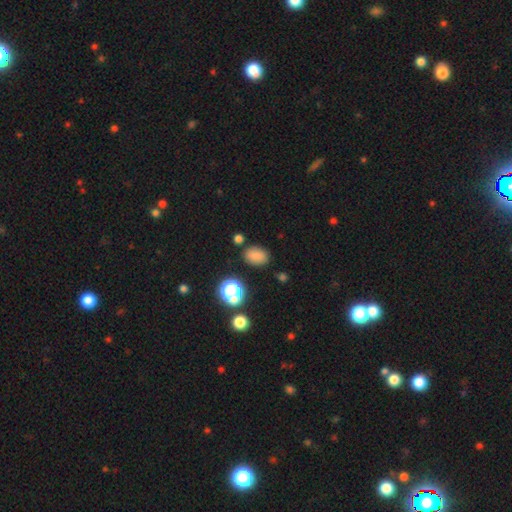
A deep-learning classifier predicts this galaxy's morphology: This appears to be a smooth galaxy with no disk features (80%) that is in between round and cigar-shaped (76%). Merging: none (80%).